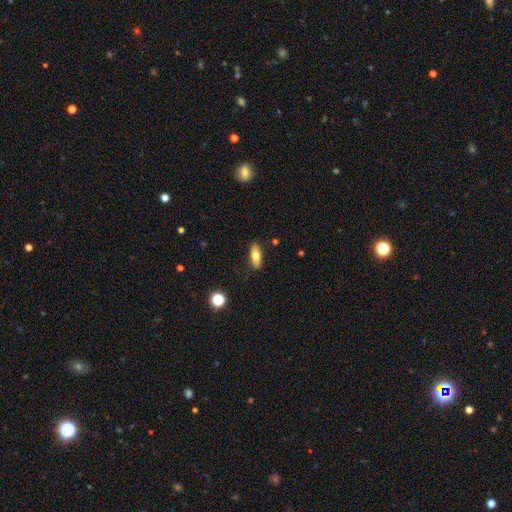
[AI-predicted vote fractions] Smooth or featured?
  - smooth: 72% *
  - featured or disk: 21%
  - star or artifact: 8%
How rounded?
  - in between: 67% *
  - cigar-shaped: 30%
  - round: 3%
Merging?
  - none: 86% *
  - minor disturbance: 11%
  - major disturbance: 2%
  - merger: 1%